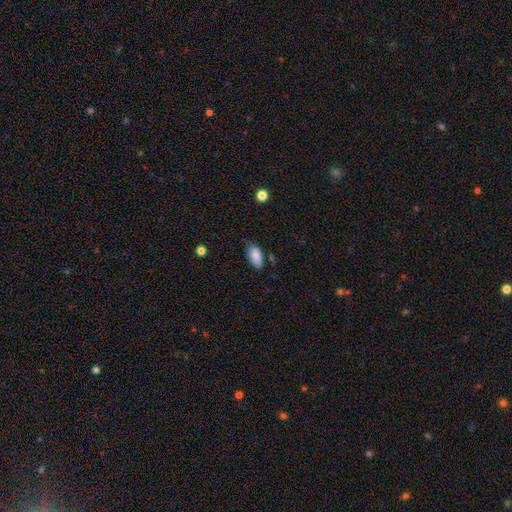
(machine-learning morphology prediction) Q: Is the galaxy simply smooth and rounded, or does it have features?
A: smooth — 86%.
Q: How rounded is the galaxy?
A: in between — 93%.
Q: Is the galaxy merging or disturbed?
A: none — 67%.